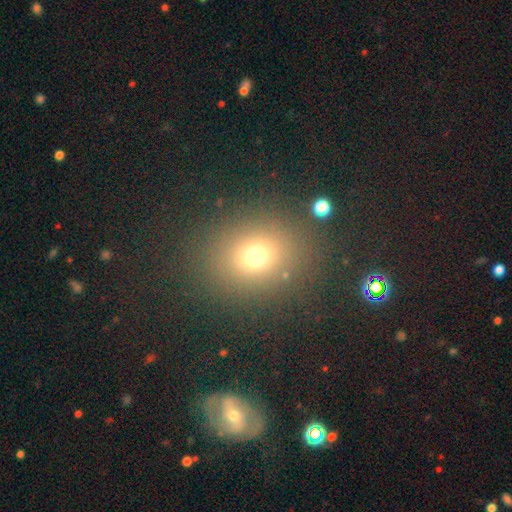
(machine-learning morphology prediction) smooth 71%, star or artifact 20%, featured or disk 9%. Down the decision tree: how rounded — round (66%); merging — none (83%).